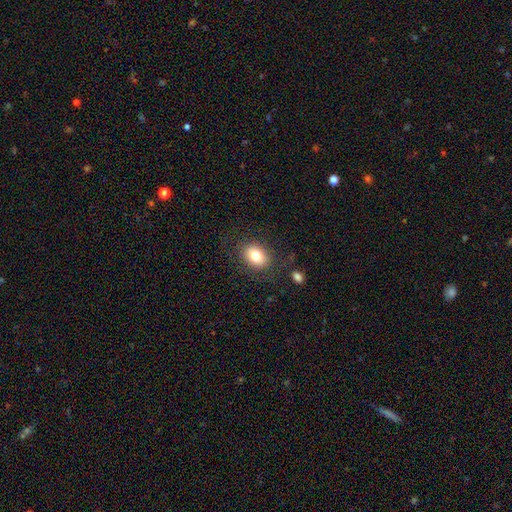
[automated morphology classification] type=smooth (80%); roundness=in between (65%); merging=none (83%).